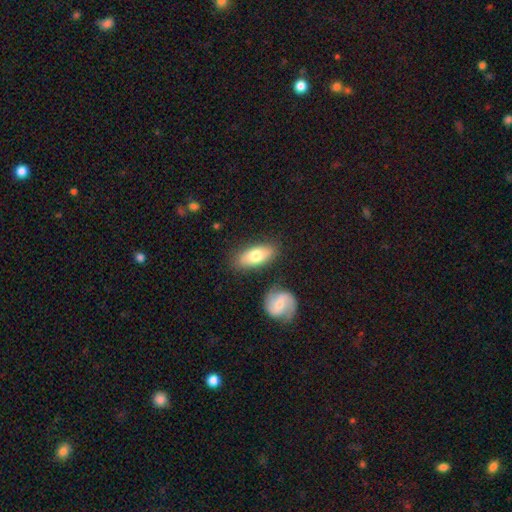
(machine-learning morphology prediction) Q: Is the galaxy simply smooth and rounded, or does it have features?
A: smooth — 72%.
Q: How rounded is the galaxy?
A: in between — 85%.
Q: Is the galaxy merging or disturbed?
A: none — 79%.